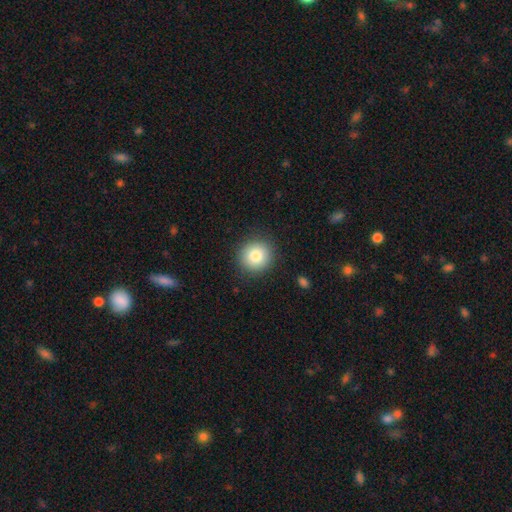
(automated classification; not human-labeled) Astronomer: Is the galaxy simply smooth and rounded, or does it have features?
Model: smooth — 82%.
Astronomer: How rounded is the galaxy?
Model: round — 92%.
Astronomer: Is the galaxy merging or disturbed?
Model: none — 90%.